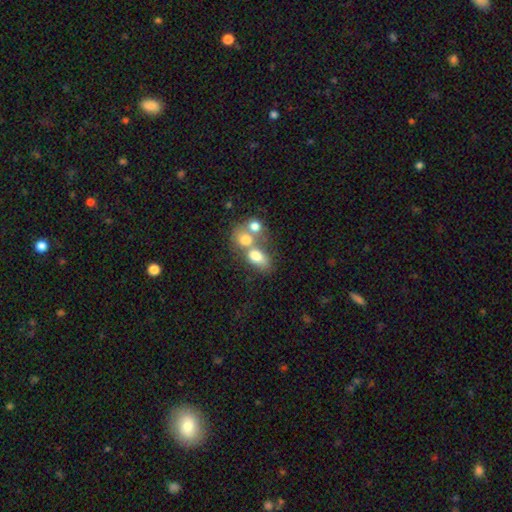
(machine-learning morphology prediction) Smooth or featured: smooth — 70% (featured or disk — 19%)
How rounded: in between — 68% (round — 30%)
Merging: merger — 58% (none — 26%)